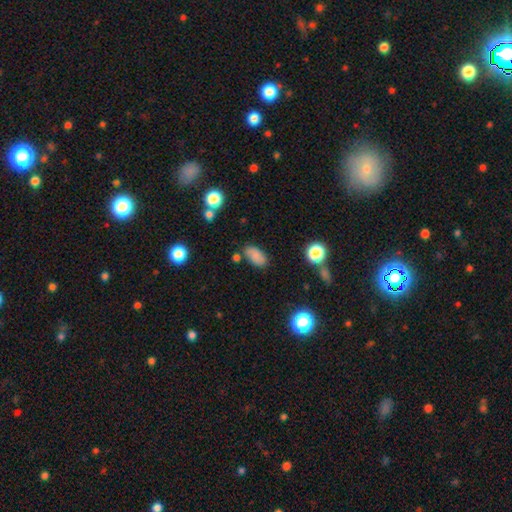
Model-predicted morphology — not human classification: Smooth or featured? smooth (78%)
How rounded? in between (92%)
Merging? none (71%)